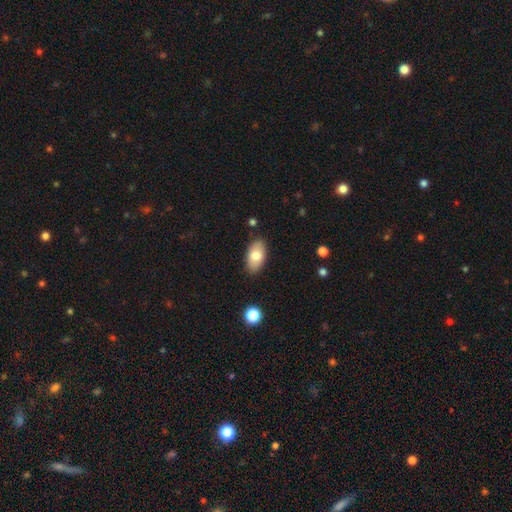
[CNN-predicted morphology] smooth-or-featured: smooth: 78% | featured or disk: 15% | star or artifact: 7%
  how-rounded: in between: 93% | cigar-shaped: 4% | round: 3%
  merging: none: 86% | minor disturbance: 10% | major disturbance: 2% | merger: 2%